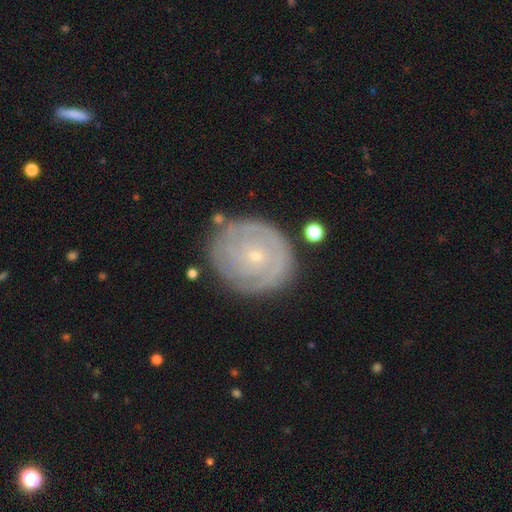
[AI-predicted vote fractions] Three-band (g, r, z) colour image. It shows a featured or disk galaxy (75%) with no bar (83%), tight (83%) spiral arms (85%) and a small central bulge (85%). Merging: none (80%).